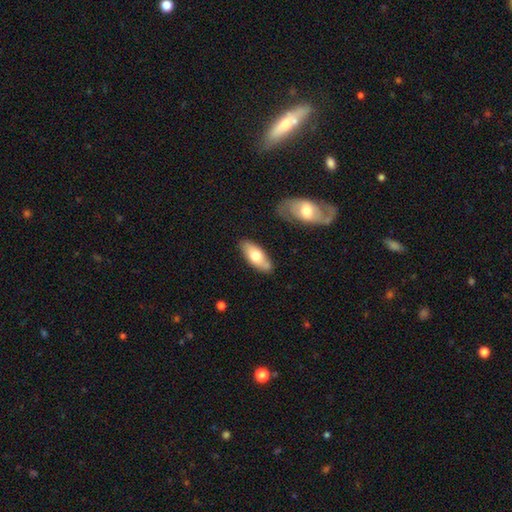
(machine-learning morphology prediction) smooth-or-featured: smooth: 65% | featured or disk: 30% | star or artifact: 6%
  how-rounded: in between: 81% | cigar-shaped: 16% | round: 2%
  merging: none: 76% | minor disturbance: 15% | merger: 6% | major disturbance: 3%